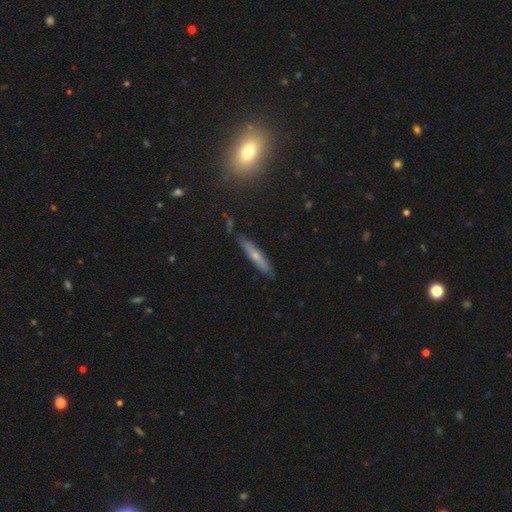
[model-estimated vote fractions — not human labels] This appears to be a featured or disk galaxy (47%). Merging: none (83%).